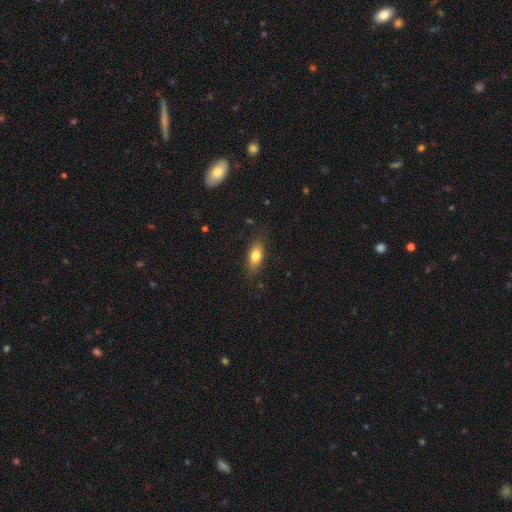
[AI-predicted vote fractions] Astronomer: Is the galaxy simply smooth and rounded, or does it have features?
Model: smooth — 74%.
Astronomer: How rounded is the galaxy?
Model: in between — 74%.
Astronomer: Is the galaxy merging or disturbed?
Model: none — 82%.